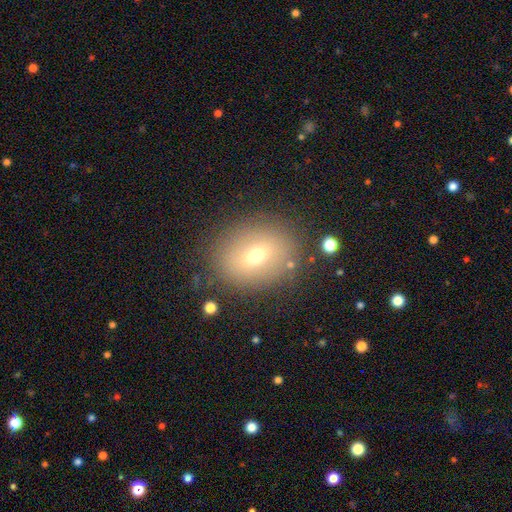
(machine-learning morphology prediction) Smooth or featured? smooth (61%)
How rounded? in between (53%)
Merging? none (85%)